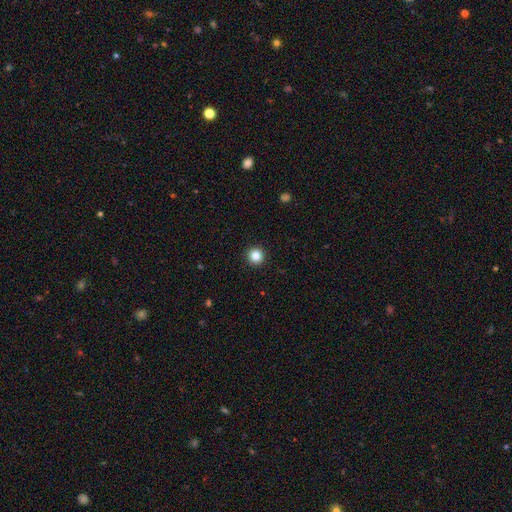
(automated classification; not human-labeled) Overall: smooth (84%). How rounded: round (96%). Merging: none (94%).